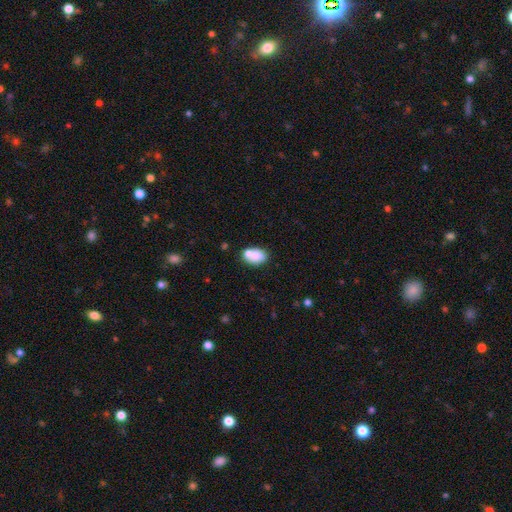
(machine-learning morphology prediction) This is likely a smooth galaxy (79%). How rounded: clearly in between (83%). Merging: possibly none (51%).